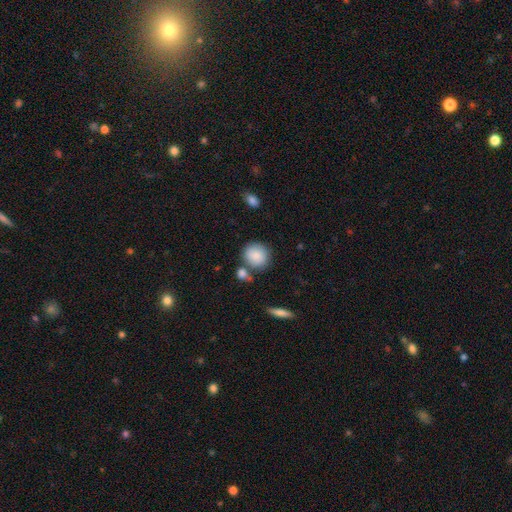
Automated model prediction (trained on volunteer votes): The model was most divided on "merging": none: 67%, merger: 16%, minor disturbance: 13%, major disturbance: 4%. More confident: how rounded — round (87%); smooth or featured — smooth (85%).